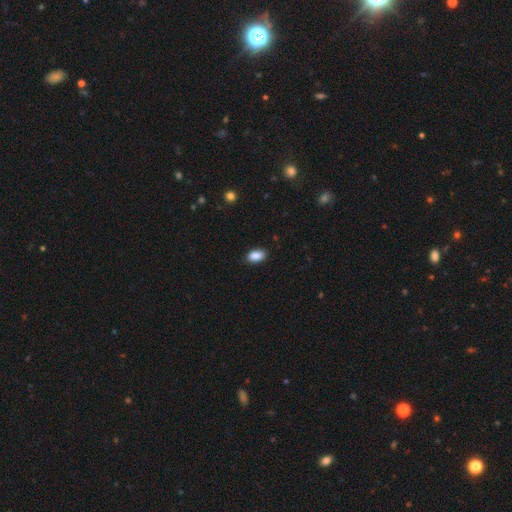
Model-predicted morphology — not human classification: Smooth or featured?
  - smooth: 89% *
  - star or artifact: 8%
  - featured or disk: 4%
How rounded?
  - in between: 92% *
  - round: 6%
  - cigar-shaped: 2%
Merging?
  - none: 86% *
  - minor disturbance: 11%
  - major disturbance: 2%
  - merger: 1%